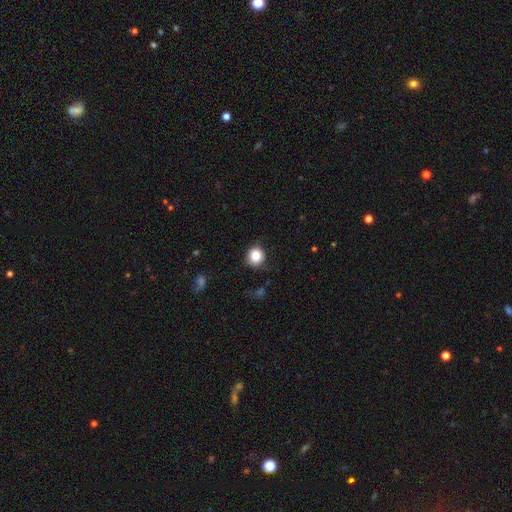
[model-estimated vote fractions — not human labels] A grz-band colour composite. It shows a smooth galaxy with no disk features (84%) that is round (87%). Merging: none (84%).